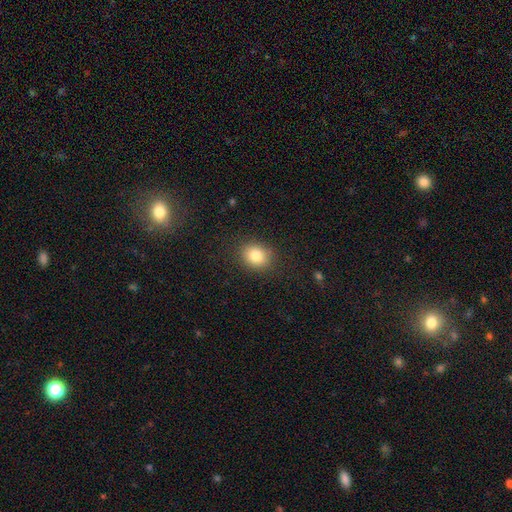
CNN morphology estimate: A smooth galaxy with no disk features (82%) that is round (61%). Merging: none (86%).